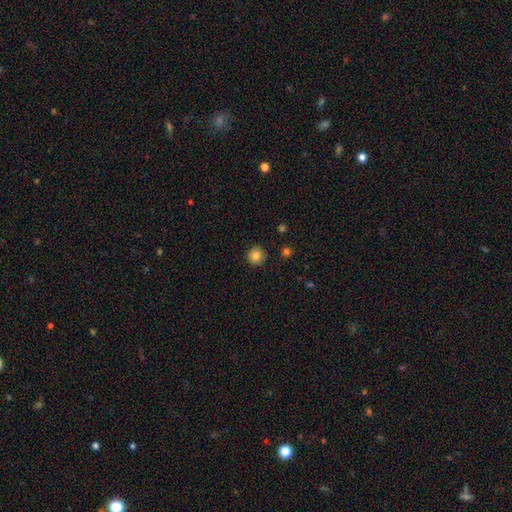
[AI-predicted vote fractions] Smooth or featured? smooth (83%)
How rounded? round (95%)
Merging? none (91%)